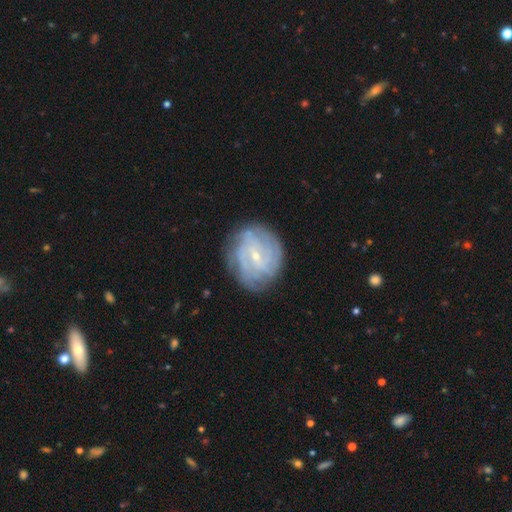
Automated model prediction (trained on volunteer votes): This appears to be a featured or disk galaxy (80%) with a weak bar (50%), tight (68%) spiral arms (93%) and a small central bulge (78%). Merging: none (80%).